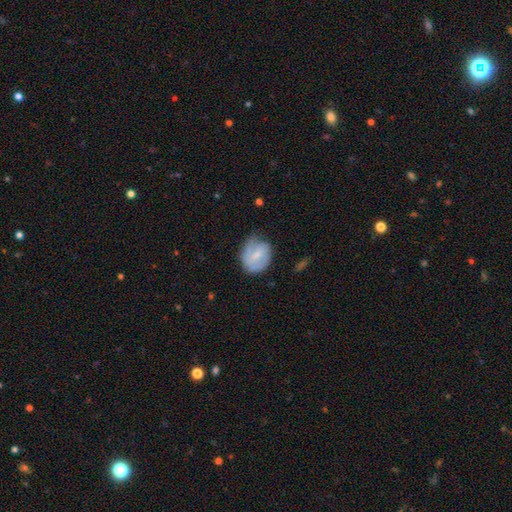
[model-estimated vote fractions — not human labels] smooth 52%, featured or disk 41%, star or artifact 7%. Down the decision tree: how rounded — round (63%); merging — none (51%).